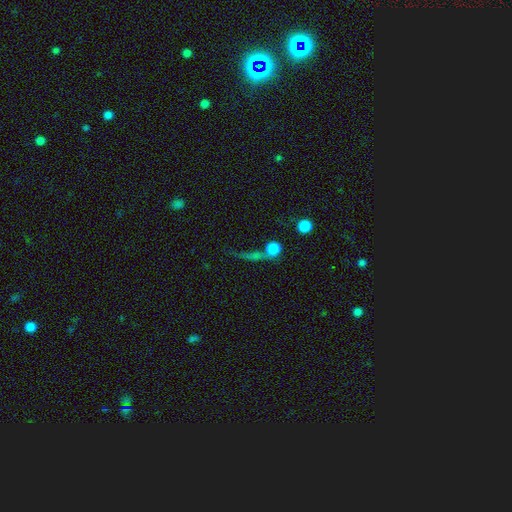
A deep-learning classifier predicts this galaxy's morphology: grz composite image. It shows a smooth galaxy with no disk features (50%) that is round (65%). Merging: none (47%).